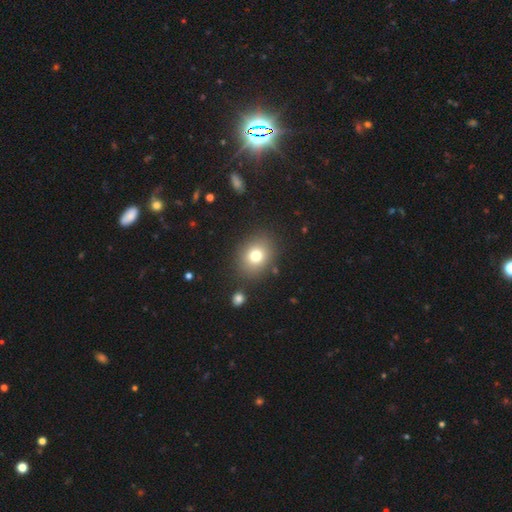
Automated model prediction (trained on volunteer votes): smooth-or-featured: smooth: 76% | star or artifact: 13% | featured or disk: 11%
  how-rounded: round: 55% | in between: 44% | cigar-shaped: 1%
  merging: none: 85% | minor disturbance: 9% | merger: 3% | major disturbance: 3%